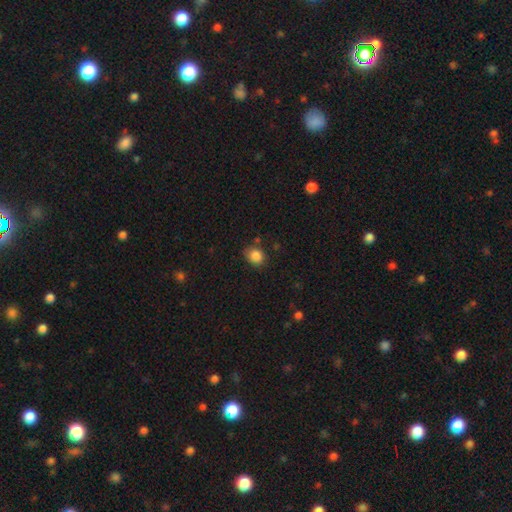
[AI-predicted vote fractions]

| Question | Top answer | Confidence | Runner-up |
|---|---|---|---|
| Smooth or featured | smooth | 86% | star or artifact (10%) |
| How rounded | round | 57% | in between (42%) |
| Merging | none | 75% | minor disturbance (17%) |